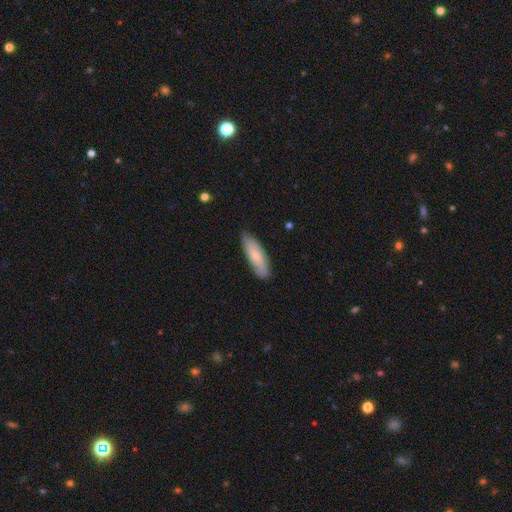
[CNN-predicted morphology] smooth-or-featured: smooth: 67% | featured or disk: 27% | star or artifact: 5%
  how-rounded: in between: 51% | cigar-shaped: 47% | round: 2%
  merging: none: 82% | minor disturbance: 15% | major disturbance: 2% | merger: 1%